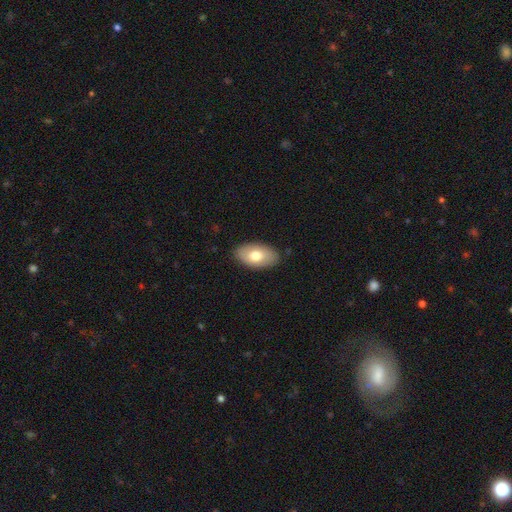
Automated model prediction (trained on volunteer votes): Q: Smooth or featured?
A: smooth (73%); runner-up: featured or disk (21%)
Q: How rounded?
A: in between (94%); runner-up: round (5%)
Q: Merging?
A: none (86%); runner-up: minor disturbance (11%)